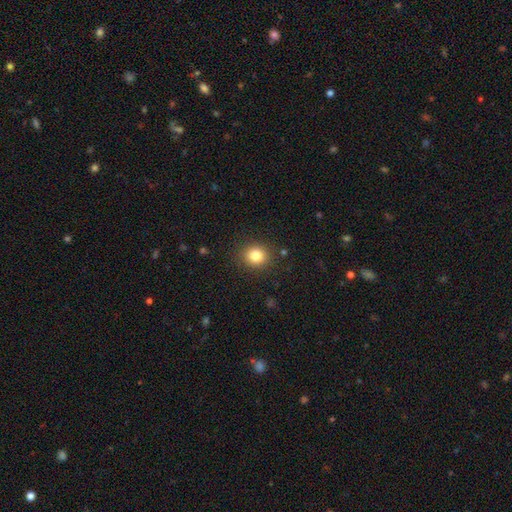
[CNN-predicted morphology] smooth_or_featured: smooth (p=0.82) [alt: star or artifact p=0.12]
how_rounded: round (p=0.83) [alt: in between p=0.16]
merging: none (p=0.88) [alt: minor disturbance p=0.07]